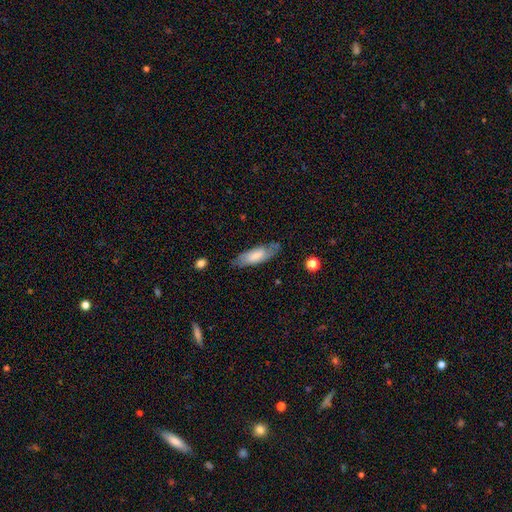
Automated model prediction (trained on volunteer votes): Smooth or featured? Predicted: smooth (p=0.63). How rounded? Predicted: in between (p=0.63). Merging? Predicted: none (p=0.74).